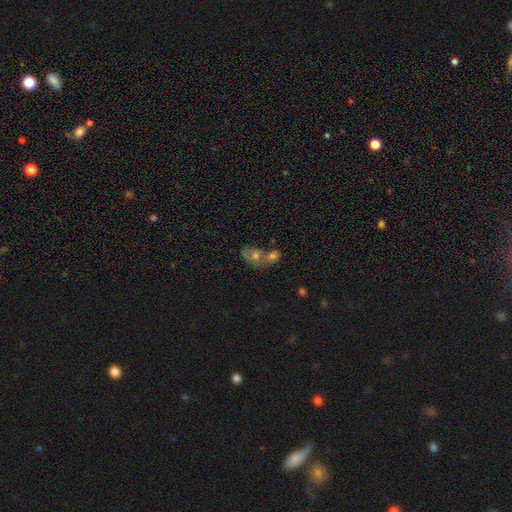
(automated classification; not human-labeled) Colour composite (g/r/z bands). It shows a smooth galaxy with no disk features (44%). Merging: merger (56%).